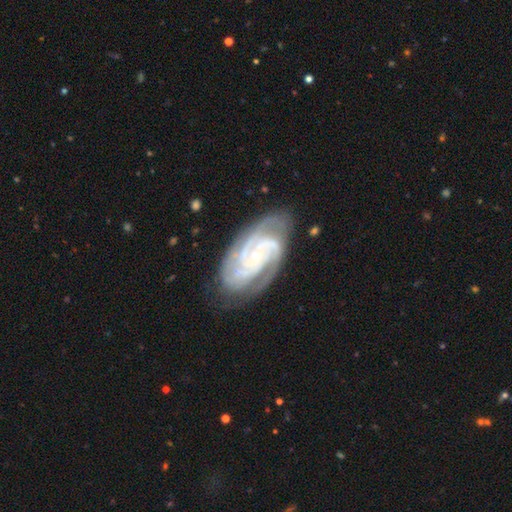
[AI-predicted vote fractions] Smooth or featured? Predicted: featured or disk (p=0.92). Edge-on disk? Predicted: no (p=0.97). Bar? Predicted: no (p=0.65). Spiral arms? Predicted: yes (p=0.98). Spiral winding? Predicted: tight (p=0.64). Spiral arm count? Predicted: 3 (p=0.42). Bulge size? Predicted: small (p=0.75). Merging? Predicted: none (p=0.76).